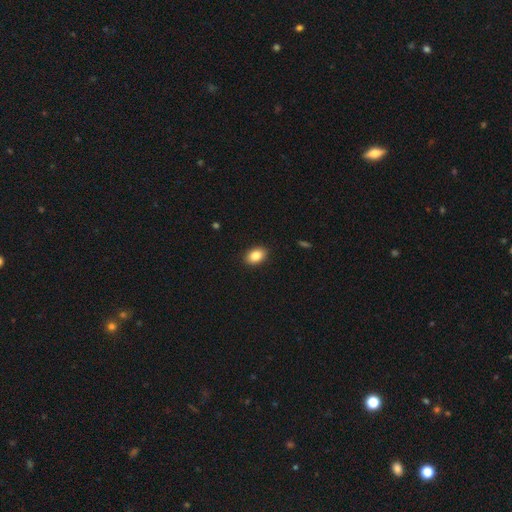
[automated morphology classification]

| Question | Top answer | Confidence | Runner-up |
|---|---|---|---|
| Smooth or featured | smooth | 85% | star or artifact (8%) |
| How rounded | in between | 82% | round (17%) |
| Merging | none | 90% | minor disturbance (7%) |